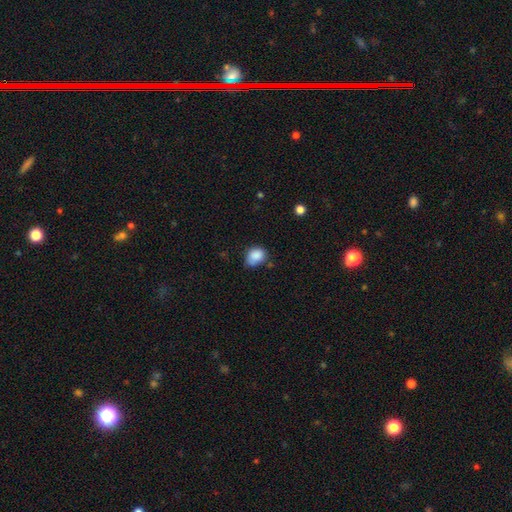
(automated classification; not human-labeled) Smooth or featured? Predicted: smooth (p=0.86). How rounded? Predicted: in between (p=0.57). Merging? Predicted: none (p=0.53).